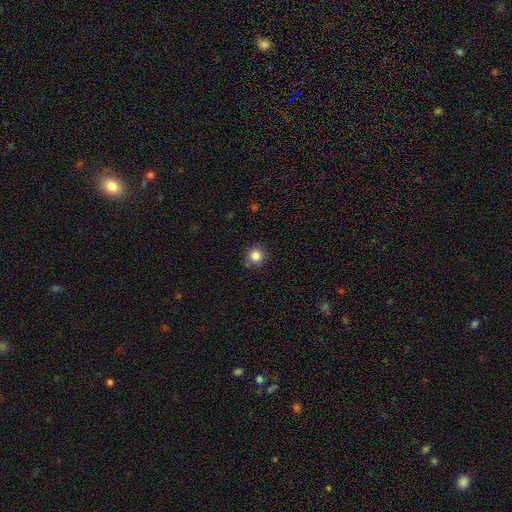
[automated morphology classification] type=smooth (84%); roundness=round (92%); merging=none (83%).